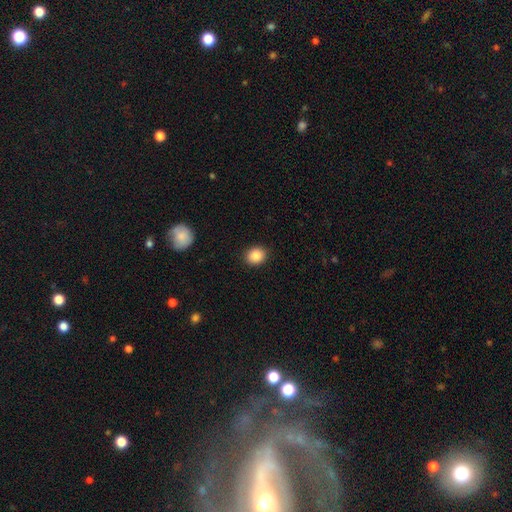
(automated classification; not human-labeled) This appears to be a smooth galaxy with no disk features (88%) that is round (62%). Merging: none (90%).